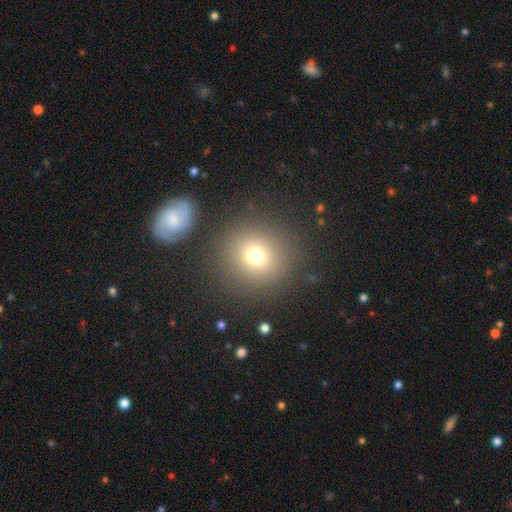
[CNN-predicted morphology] smooth-or-featured: smooth: 73% | star or artifact: 16% | featured or disk: 11%
  how-rounded: round: 90% | in between: 9% | cigar-shaped: 1%
  merging: none: 84% | minor disturbance: 8% | merger: 5% | major disturbance: 4%